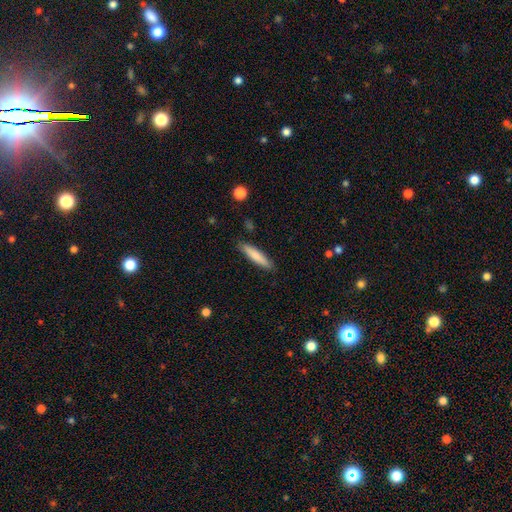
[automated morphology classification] smooth-or-featured: smooth: 80% | featured or disk: 15% | star or artifact: 6%
  how-rounded: cigar-shaped: 86% | in between: 12% | round: 1%
  merging: none: 88% | minor disturbance: 9% | major disturbance: 2% | merger: 1%